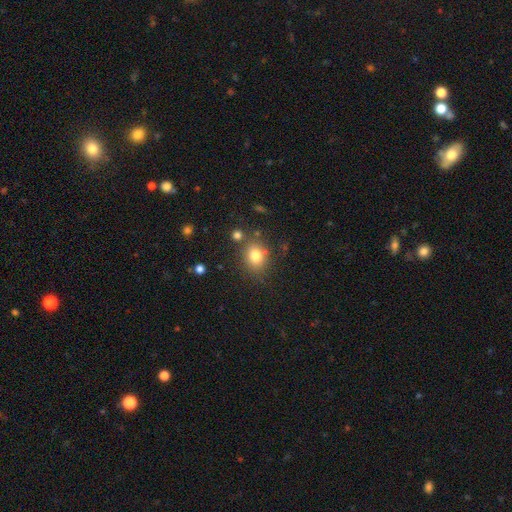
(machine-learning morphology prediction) smooth-or-featured: smooth: 79% | star or artifact: 12% | featured or disk: 9%
  how-rounded: round: 56% | in between: 43% | cigar-shaped: 1%
  merging: none: 74% | minor disturbance: 14% | merger: 8% | major disturbance: 5%